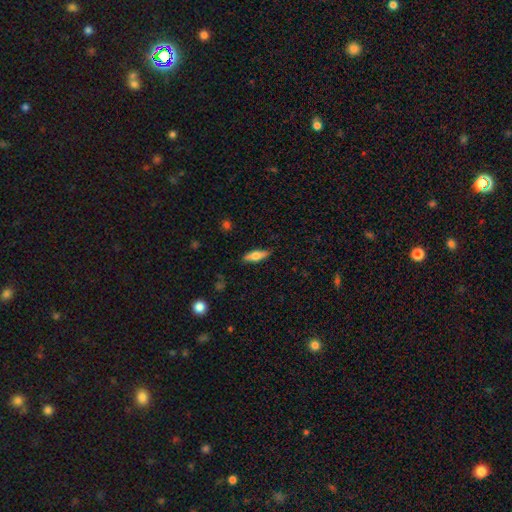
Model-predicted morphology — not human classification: Smooth or featured? Predicted: smooth (p=0.64). How rounded? Predicted: in between (p=0.52). Merging? Predicted: none (p=0.86).